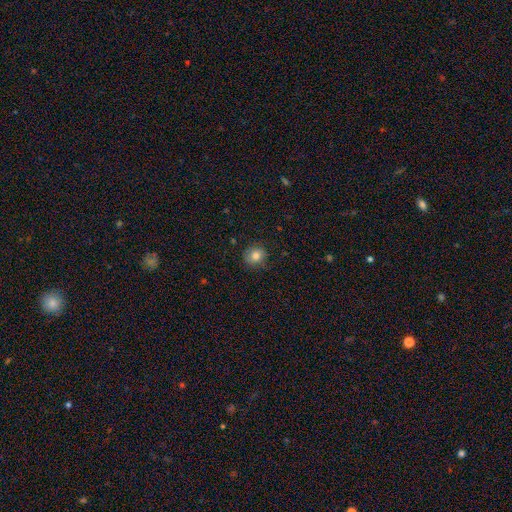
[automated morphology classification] Q: Smooth or featured?
A: smooth (80%); runner-up: star or artifact (11%)
Q: How rounded?
A: round (84%); runner-up: in between (15%)
Q: Merging?
A: none (82%); runner-up: minor disturbance (14%)